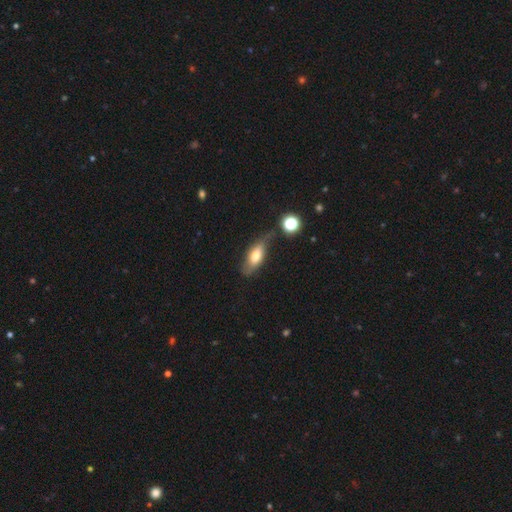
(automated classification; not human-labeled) smooth_or_featured: smooth (p=0.63) [alt: featured or disk p=0.28]
how_rounded: in between (p=0.77) [alt: cigar-shaped p=0.19]
merging: none (p=0.50) [alt: minor disturbance p=0.29]